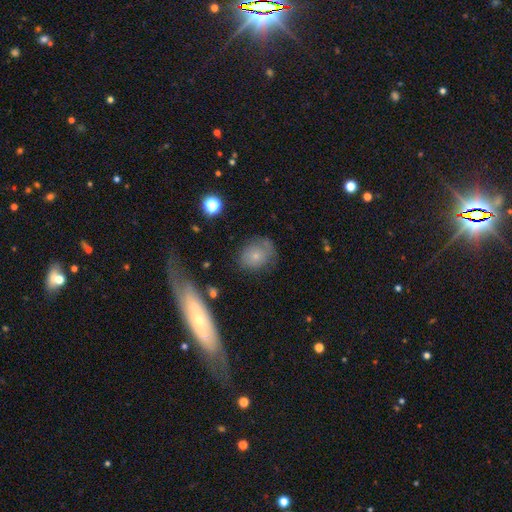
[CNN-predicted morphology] This appears to be a smooth galaxy with no disk features (64%) that is in between round and cigar-shaped (55%). Merging: none (63%).